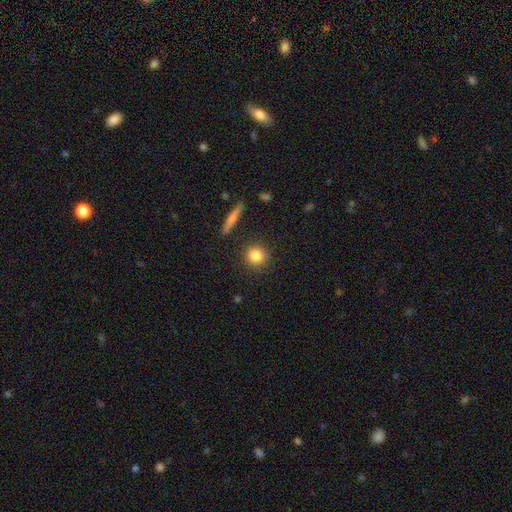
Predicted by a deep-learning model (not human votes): This appears to be a smooth galaxy with no disk features (82%) that is round (87%). Merging: none (89%).